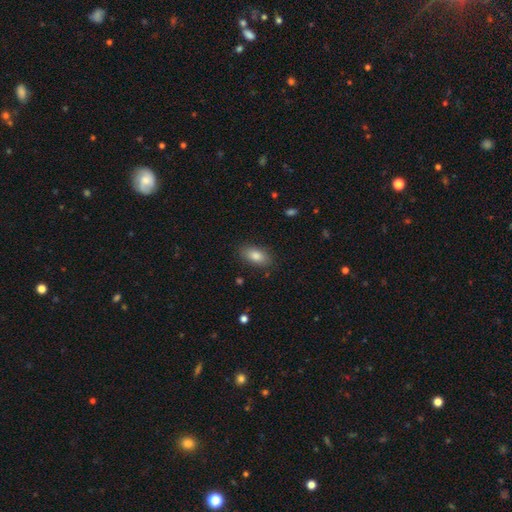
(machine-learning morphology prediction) Smooth or featured? Predicted: smooth (p=0.84). How rounded? Predicted: in between (p=0.90). Merging? Predicted: none (p=0.86).